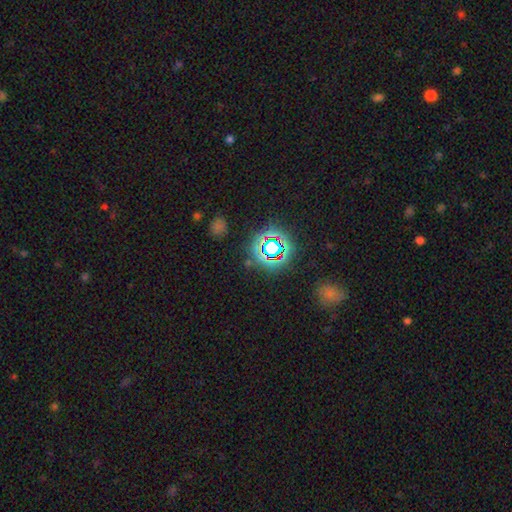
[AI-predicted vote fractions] Morphology: type=star or artifact (65%).